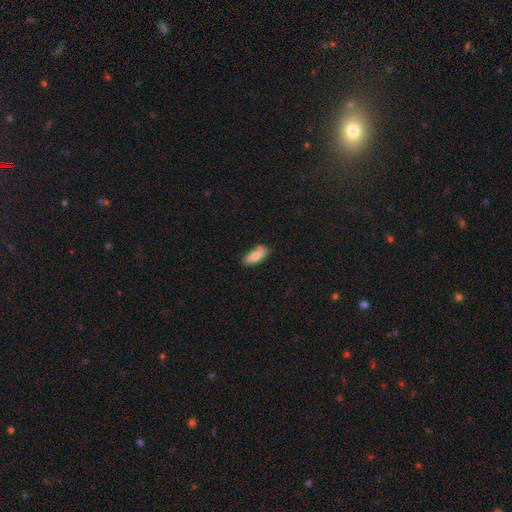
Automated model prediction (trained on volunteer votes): This appears to be a smooth galaxy with no disk features (81%) that is in between round and cigar-shaped (75%). Merging: none (75%).